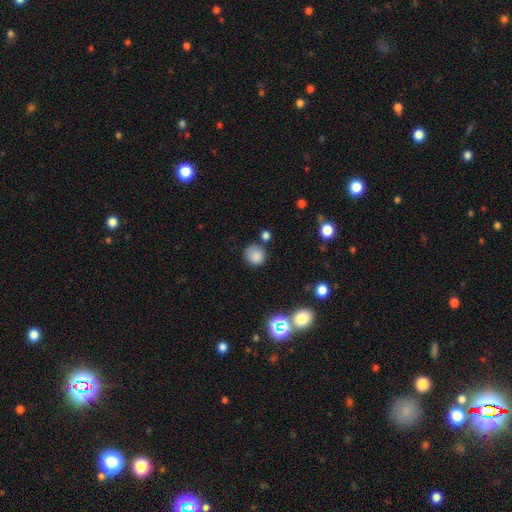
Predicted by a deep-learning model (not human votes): A smooth galaxy with no disk features (82%) that is round (89%). Merging: none (72%).